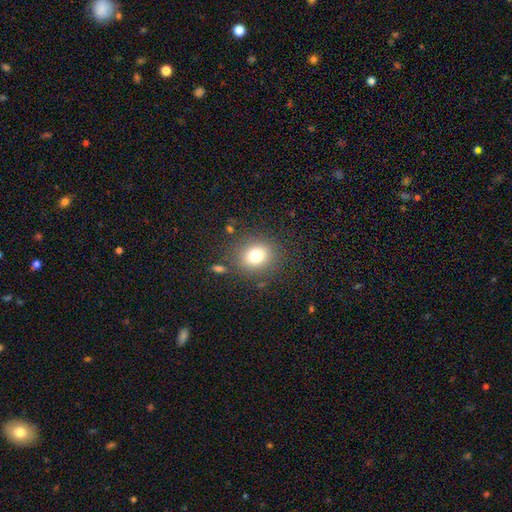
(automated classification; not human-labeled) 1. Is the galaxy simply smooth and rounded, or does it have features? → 77% smooth, 13% star or artifact, 10% featured or disk.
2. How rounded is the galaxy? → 73% round, 27% in between, 1% cigar-shaped.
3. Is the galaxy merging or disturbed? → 82% none, 10% minor disturbance, 5% major disturbance, 3% merger.